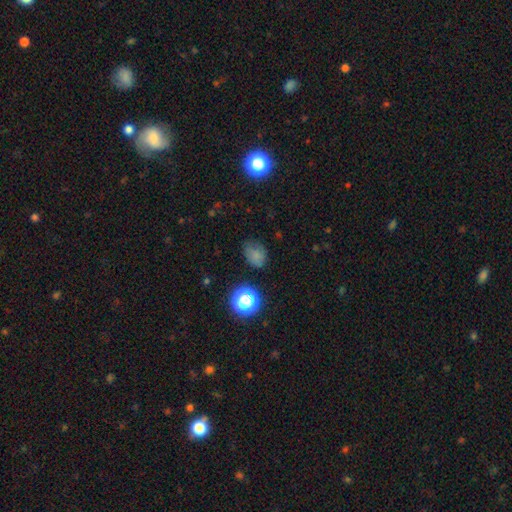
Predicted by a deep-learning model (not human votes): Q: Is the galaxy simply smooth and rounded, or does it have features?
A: smooth — 72%.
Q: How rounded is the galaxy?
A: in between — 60%.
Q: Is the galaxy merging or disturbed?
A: none — 63%.